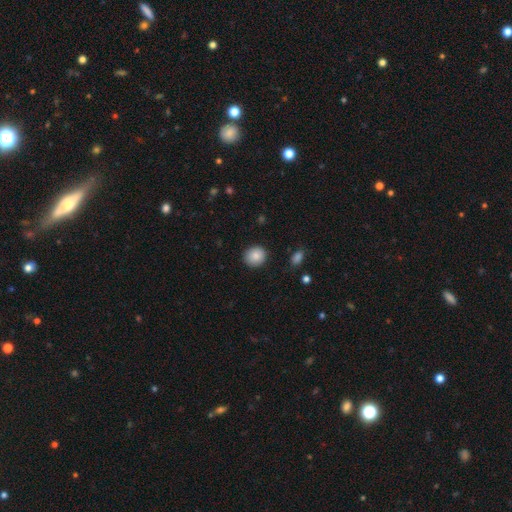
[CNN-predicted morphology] This appears to be a smooth galaxy with no disk features (86%) that is round (84%). Merging: none (89%).